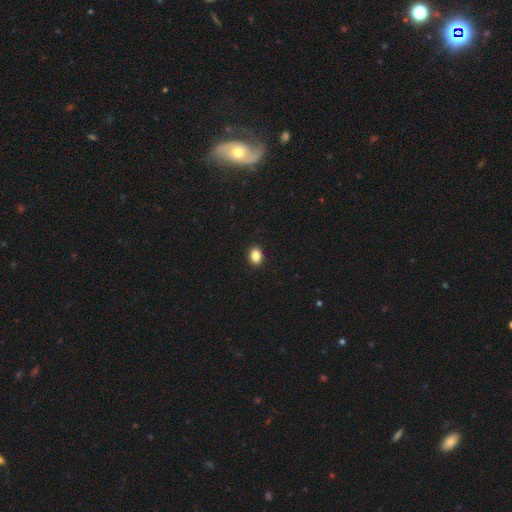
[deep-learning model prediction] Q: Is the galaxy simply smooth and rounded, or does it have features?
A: smooth — 86%.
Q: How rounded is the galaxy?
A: in between — 59%.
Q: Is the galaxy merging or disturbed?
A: none — 91%.